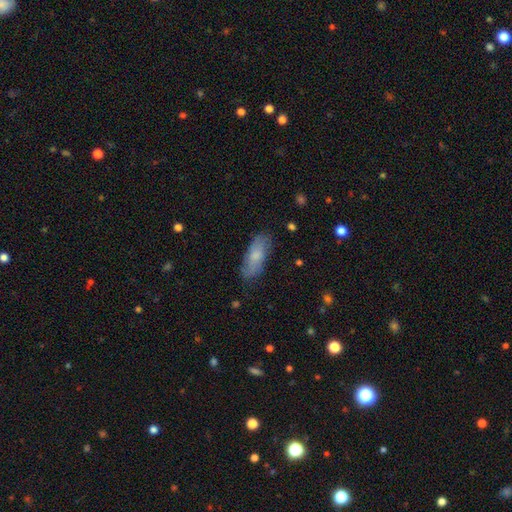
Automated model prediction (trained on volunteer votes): Overall: smooth (71%). How rounded: in between (75%). Merging: none (77%).